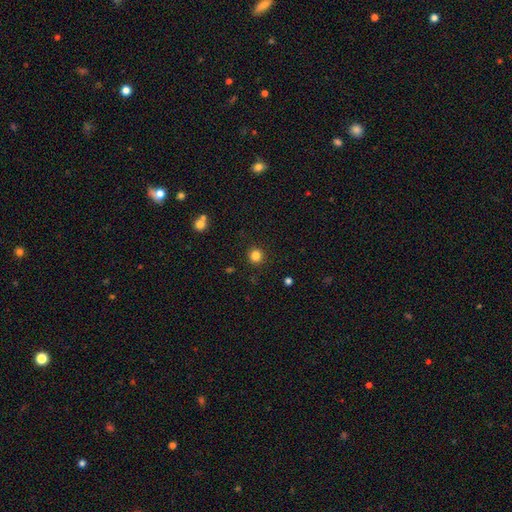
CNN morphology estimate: type=smooth (83%); roundness=round (94%); merging=none (91%).